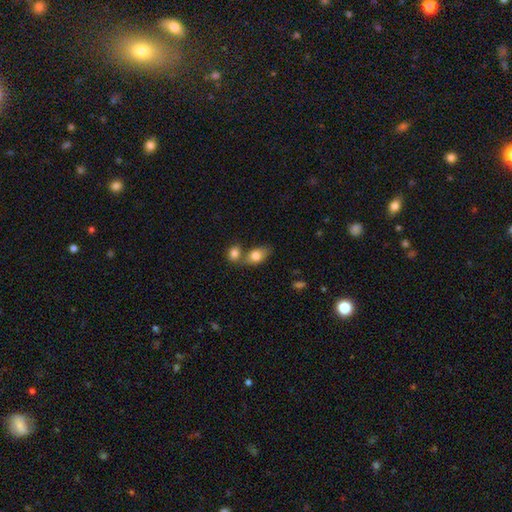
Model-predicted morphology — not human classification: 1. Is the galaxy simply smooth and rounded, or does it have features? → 81% smooth, 12% featured or disk, 7% star or artifact.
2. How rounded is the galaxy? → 82% in between, 15% round, 3% cigar-shaped.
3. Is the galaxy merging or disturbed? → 43% merger, 40% none, 12% minor disturbance, 5% major disturbance.